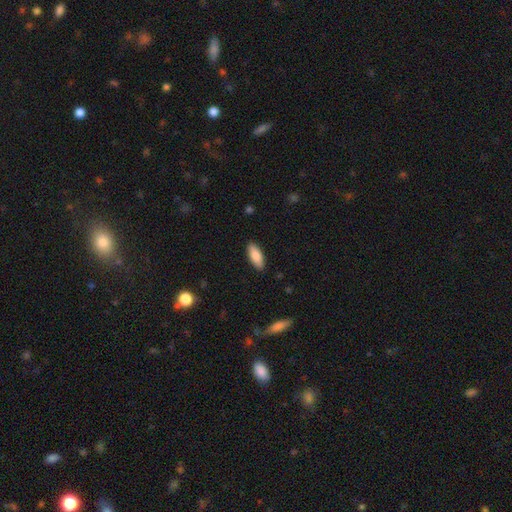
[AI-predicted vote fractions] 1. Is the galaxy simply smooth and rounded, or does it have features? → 85% smooth, 9% featured or disk, 6% star or artifact.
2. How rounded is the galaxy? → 76% in between, 22% cigar-shaped, 2% round.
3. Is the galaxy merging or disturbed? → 89% none, 8% minor disturbance, 2% major disturbance, 1% merger.